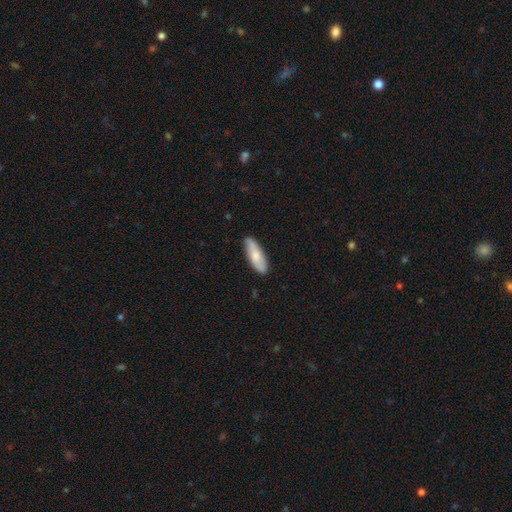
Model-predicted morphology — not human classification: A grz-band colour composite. It shows a smooth galaxy with no disk features (65%) that is in between round and cigar-shaped (65%). Merging: none (83%).